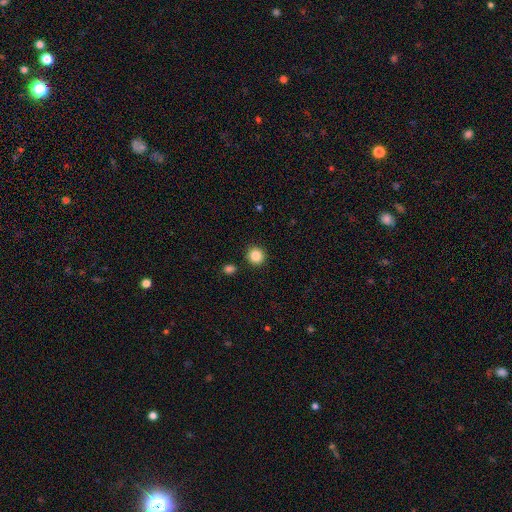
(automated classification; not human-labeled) Smooth or featured: smooth — 86% (star or artifact — 10%)
How rounded: round — 93% (in between — 6%)
Merging: none — 90% (minor disturbance — 5%)